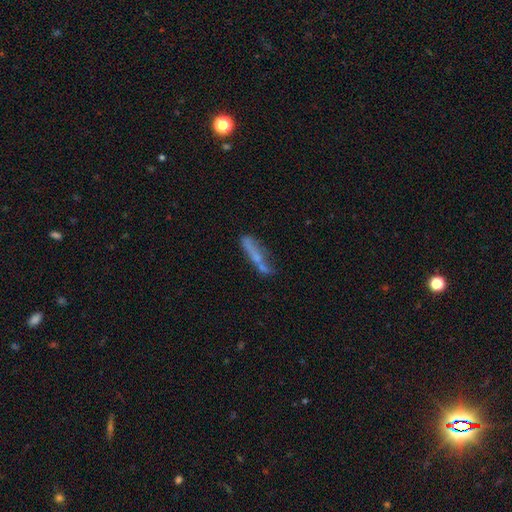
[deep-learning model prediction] Smooth or featured? smooth (49%)
Merging? none (53%)